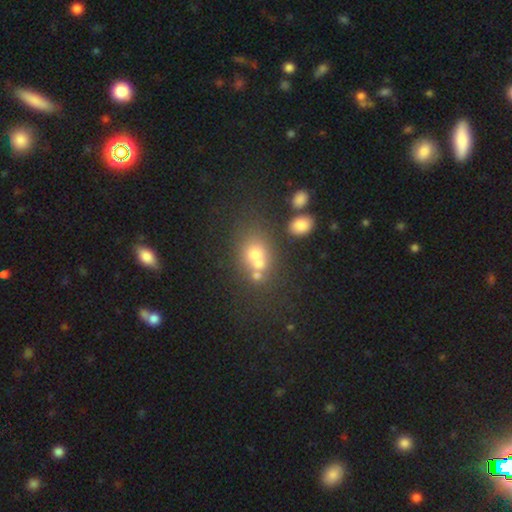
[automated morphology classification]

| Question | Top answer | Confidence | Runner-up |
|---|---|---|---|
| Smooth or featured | smooth | 60% | featured or disk (21%) |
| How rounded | round | 58% | in between (40%) |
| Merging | merger | 44% | none (39%) |